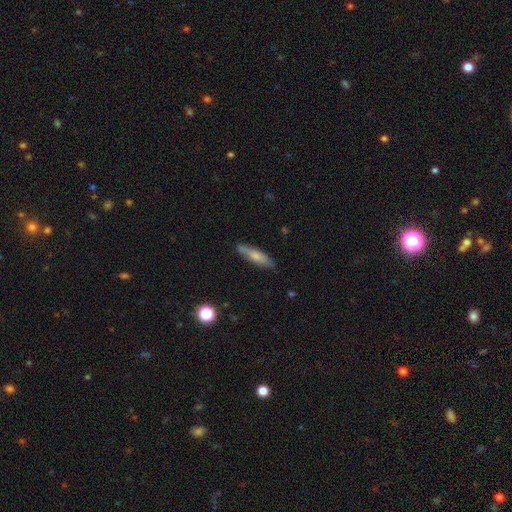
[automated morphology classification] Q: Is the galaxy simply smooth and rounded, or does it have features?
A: smooth — 66%.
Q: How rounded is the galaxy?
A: cigar-shaped — 73%.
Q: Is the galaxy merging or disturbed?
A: none — 79%.